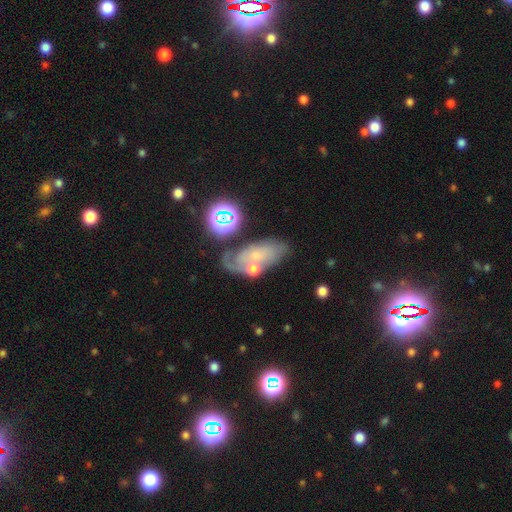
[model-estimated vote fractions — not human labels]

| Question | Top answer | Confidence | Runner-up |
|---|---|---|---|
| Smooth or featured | featured or disk | 46% | smooth (34%) |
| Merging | none | 48% | minor disturbance (21%) |